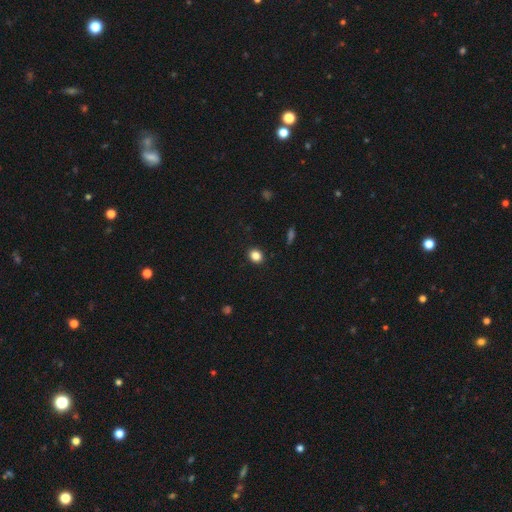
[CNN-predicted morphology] This is clearly a smooth galaxy (85%). How rounded: likely round (65%). Merging: clearly none (90%).